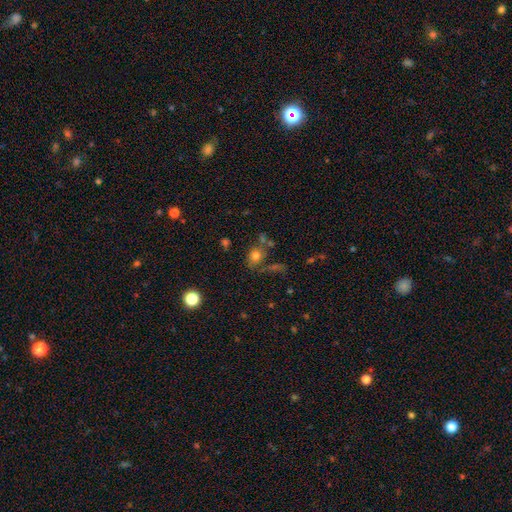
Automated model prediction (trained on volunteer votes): smooth 72%, star or artifact 15%, featured or disk 12%. Down the decision tree: how rounded — round (52%); merging — none (62%).